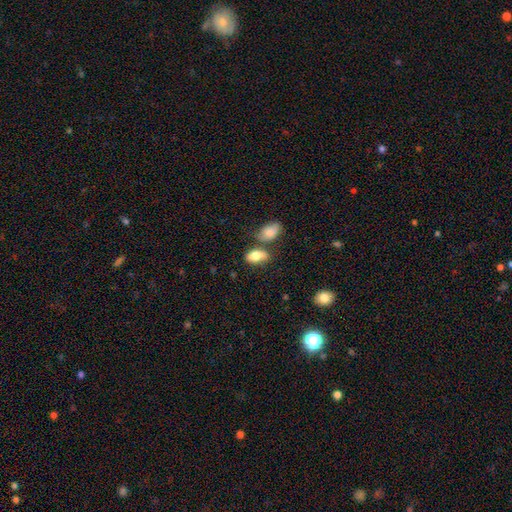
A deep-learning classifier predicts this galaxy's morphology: This appears to be a smooth galaxy with no disk features (79%) that is in between round and cigar-shaped (90%). Merging: none (50%).